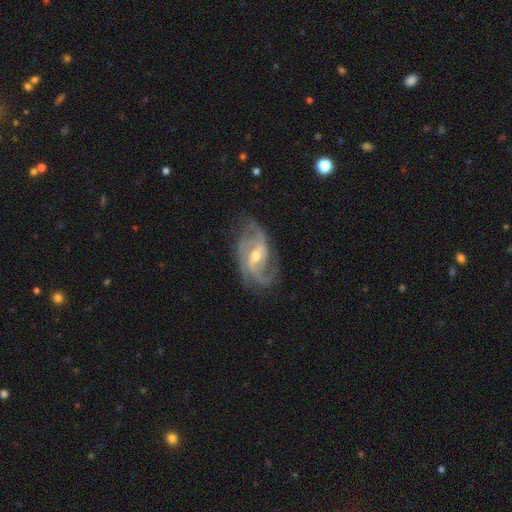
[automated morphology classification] The model was most divided on "spiral arm count": 2: 40%, 3: 34%, can't tell: 11%, 4: 7%, 1: 4%, more than 4: 4%. Remaining: spiral arms — yes (97%); edge-on disk — no (97%); smooth or featured — featured or disk (91%); merging — none (70%); bulge size — moderate (61%); bar — weak (50%); spiral winding — medium (50%).